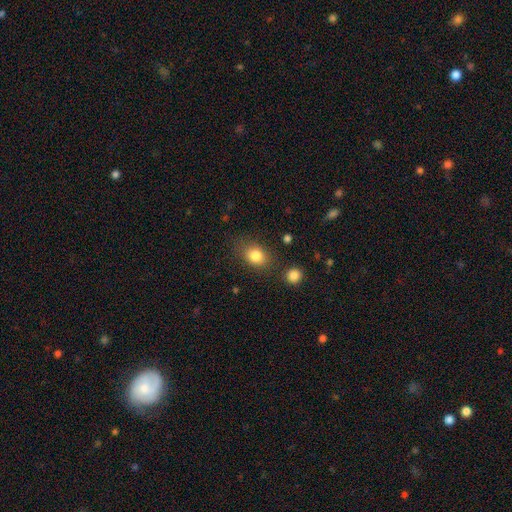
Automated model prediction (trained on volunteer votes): Morphology: type=smooth (83%); roundness=in between (59%); merging=none (76%).